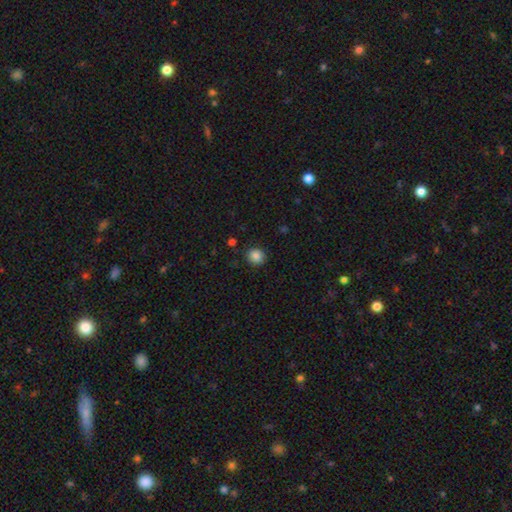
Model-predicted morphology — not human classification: This is clearly a smooth galaxy (85%). How rounded: clearly round (88%). Merging: clearly none (89%).